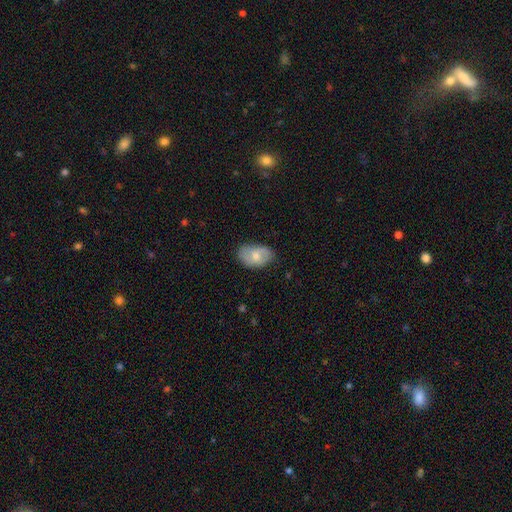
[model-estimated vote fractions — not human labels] Smooth or featured?
  - smooth: 62% *
  - featured or disk: 32%
  - star or artifact: 6%
How rounded?
  - in between: 89% *
  - round: 9%
  - cigar-shaped: 1%
Merging?
  - none: 71% *
  - minor disturbance: 23%
  - major disturbance: 5%
  - merger: 1%